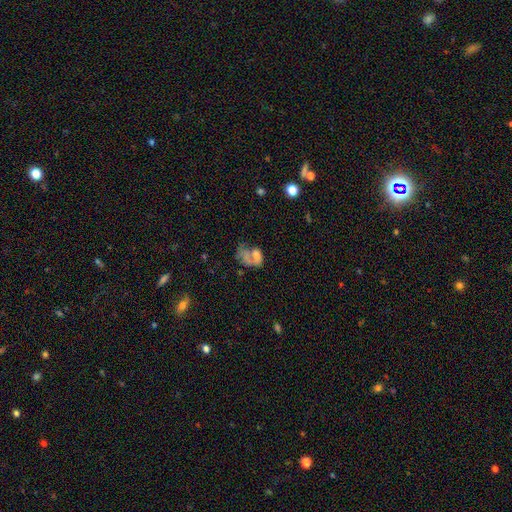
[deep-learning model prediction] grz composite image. It shows a smooth galaxy with no disk features (52%) that is in between round and cigar-shaped (79%). Merging: major disturbance (33%).